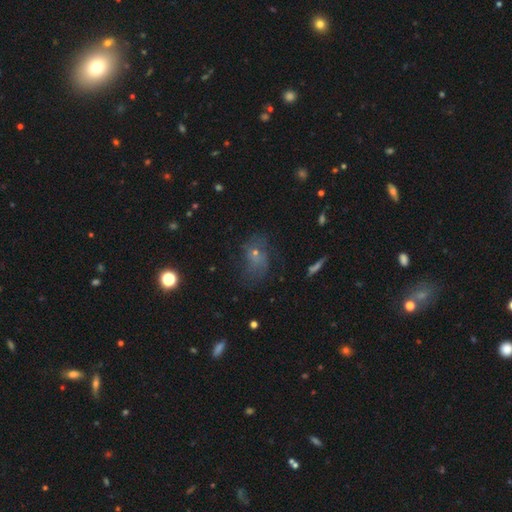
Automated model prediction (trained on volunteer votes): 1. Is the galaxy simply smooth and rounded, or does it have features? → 47% smooth, 34% featured or disk, 19% star or artifact.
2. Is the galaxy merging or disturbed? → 45% none, 28% major disturbance, 24% minor disturbance, 3% merger.